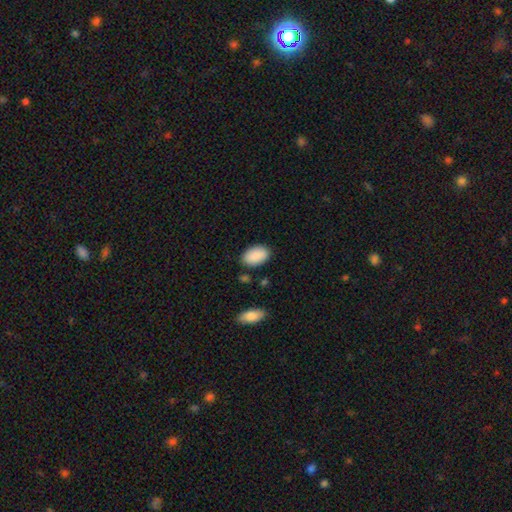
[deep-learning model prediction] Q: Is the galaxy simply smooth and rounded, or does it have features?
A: smooth — 90%.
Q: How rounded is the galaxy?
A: in between — 93%.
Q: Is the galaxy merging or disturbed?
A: none — 84%.